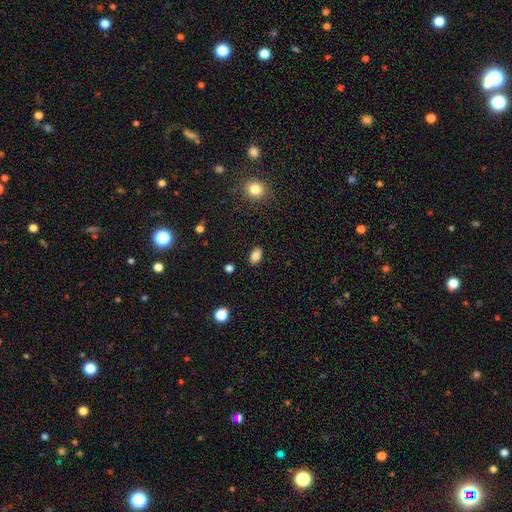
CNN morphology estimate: The model was most divided on "smooth or featured": smooth: 85%, star or artifact: 10%, featured or disk: 6%. More confident: how rounded — in between (89%); merging — none (88%).